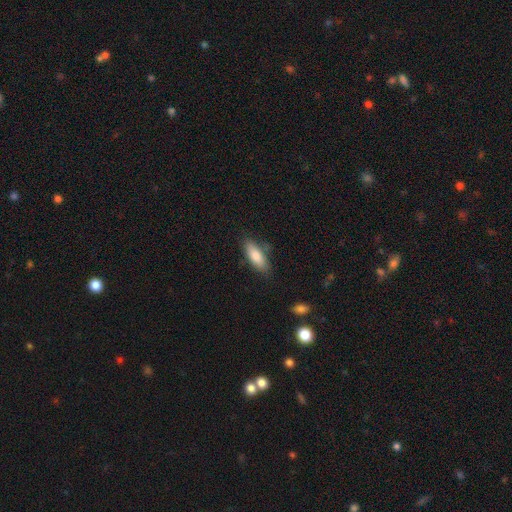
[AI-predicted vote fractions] Morphology: type=smooth (79%); roundness=in between (69%); merging=none (76%).